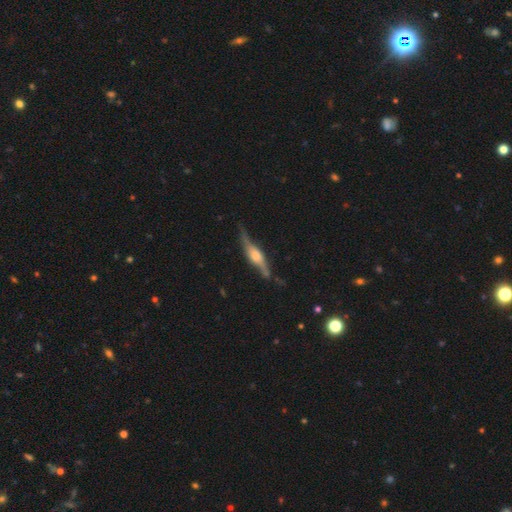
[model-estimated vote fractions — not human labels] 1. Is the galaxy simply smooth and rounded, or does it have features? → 75% featured or disk, 20% smooth, 5% star or artifact.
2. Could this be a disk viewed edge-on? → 92% yes, 8% no.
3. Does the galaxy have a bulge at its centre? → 80% rounded, 17% boxy, 3% none.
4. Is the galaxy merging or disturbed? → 71% none, 21% minor disturbance, 6% major disturbance, 3% merger.